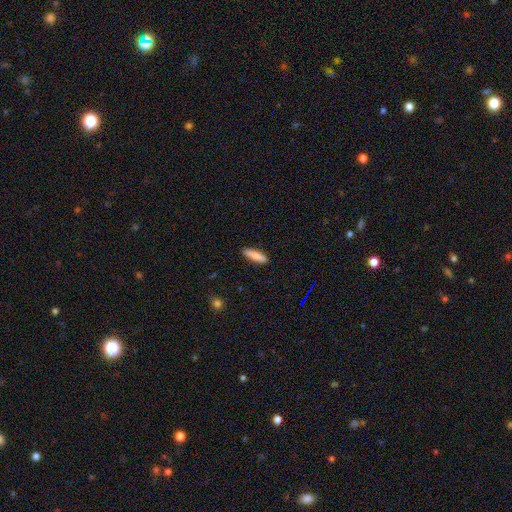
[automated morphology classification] Smooth or featured? smooth (85%)
How rounded? cigar-shaped (68%)
Merging? none (90%)